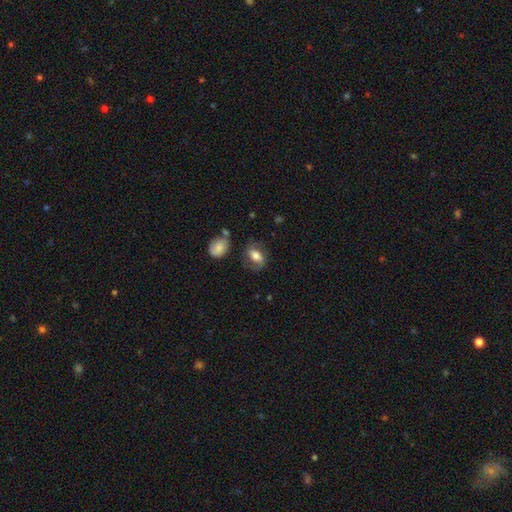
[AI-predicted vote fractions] A smooth galaxy with no disk features (55%) that is in between round and cigar-shaped (81%).

Vote fractions:
- Smooth or featured? smooth: 55% / featured or disk: 38% / star or artifact: 8%
- How rounded? in between: 81% / round: 15% / cigar-shaped: 4%
- Merging? none: 61% / minor disturbance: 22% / major disturbance: 13% / merger: 4%